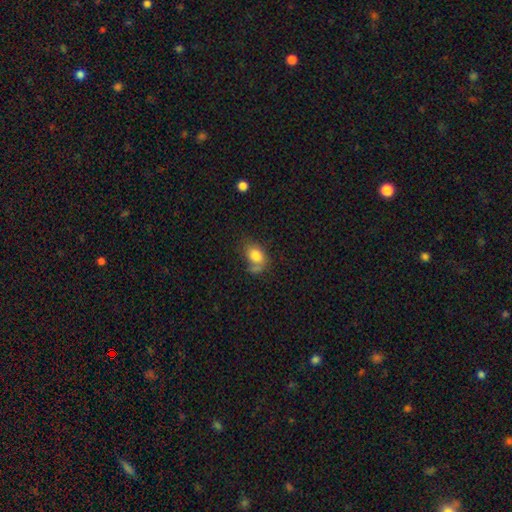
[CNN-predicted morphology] A smooth galaxy with no disk features (78%) that is in between round and cigar-shaped (76%).

Vote fractions:
- Smooth or featured? smooth: 78% / featured or disk: 13% / star or artifact: 9%
- How rounded? in between: 76% / round: 22% / cigar-shaped: 1%
- Merging? none: 42% / minor disturbance: 24% / merger: 17% / major disturbance: 17%